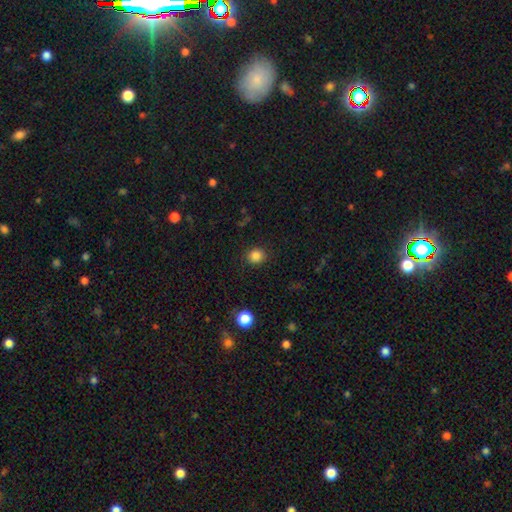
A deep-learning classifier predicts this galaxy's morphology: A smooth galaxy with no disk features (85%) that is round (85%). Merging: none (89%).